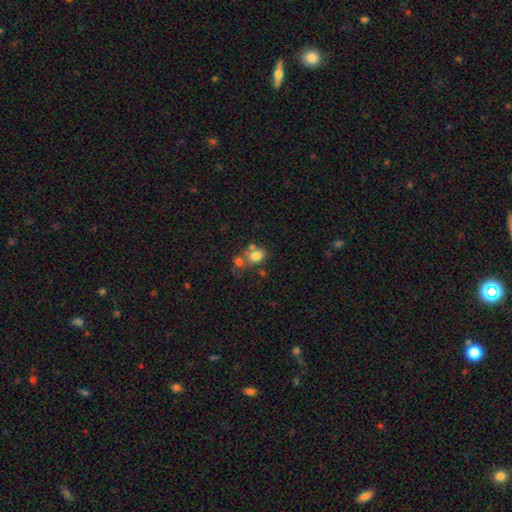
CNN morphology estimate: smooth-or-featured: smooth: 76% | featured or disk: 12% | star or artifact: 12%
  how-rounded: round: 51% | in between: 48% | cigar-shaped: 1%
  merging: none: 47% | merger: 36% | minor disturbance: 12% | major disturbance: 5%